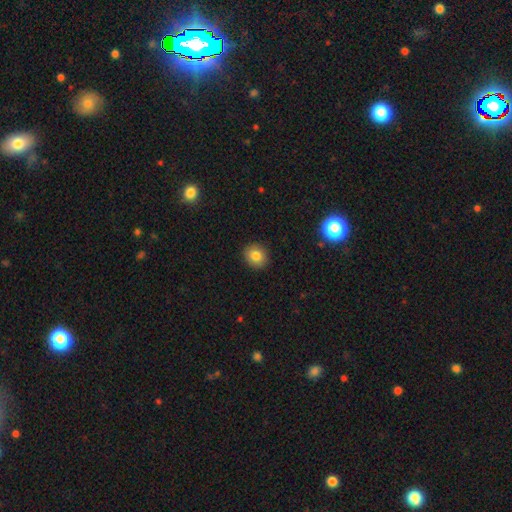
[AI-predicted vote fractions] Q: Smooth or featured?
A: smooth (81%); runner-up: star or artifact (10%)
Q: How rounded?
A: round (79%); runner-up: in between (20%)
Q: Merging?
A: none (91%); runner-up: minor disturbance (6%)